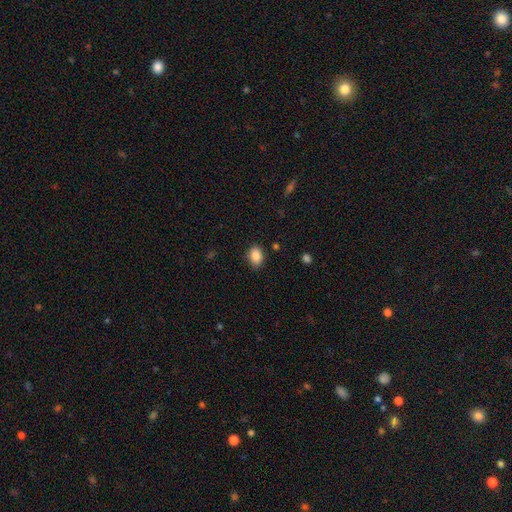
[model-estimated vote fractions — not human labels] Q: Smooth or featured?
A: smooth (86%); runner-up: star or artifact (8%)
Q: How rounded?
A: in between (74%); runner-up: round (25%)
Q: Merging?
A: none (85%); runner-up: minor disturbance (12%)